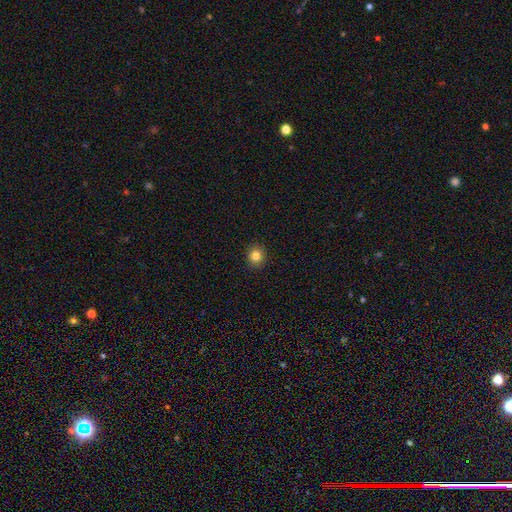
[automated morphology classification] Overall: smooth (83%). How rounded: round (89%). Merging: none (92%).